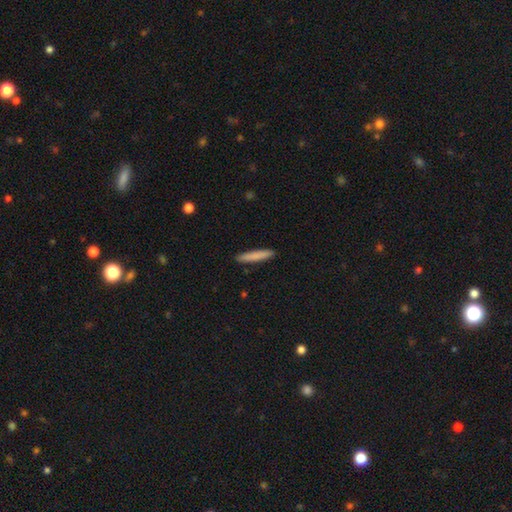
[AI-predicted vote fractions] A smooth galaxy with no disk features (82%) that is cigar-shaped (93%).

Vote fractions:
- Smooth or featured? smooth: 82% / featured or disk: 12% / star or artifact: 6%
- How rounded? cigar-shaped: 93% / in between: 5% / round: 1%
- Merging? none: 90% / minor disturbance: 7% / major disturbance: 1% / merger: 1%